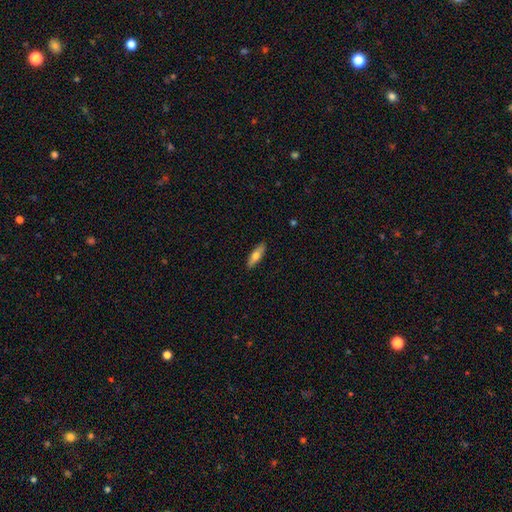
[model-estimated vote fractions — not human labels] Smooth or featured?
  - smooth: 68% *
  - featured or disk: 26%
  - star or artifact: 6%
How rounded?
  - cigar-shaped: 51% *
  - in between: 47%
  - round: 2%
Merging?
  - none: 89% *
  - minor disturbance: 9%
  - major disturbance: 2%
  - merger: 1%